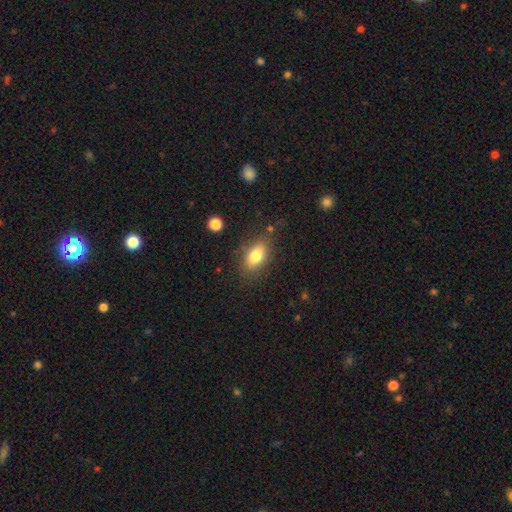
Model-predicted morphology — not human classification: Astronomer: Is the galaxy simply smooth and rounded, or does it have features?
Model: smooth — 78%.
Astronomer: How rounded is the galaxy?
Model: in between — 86%.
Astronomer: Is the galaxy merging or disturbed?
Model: none — 79%.